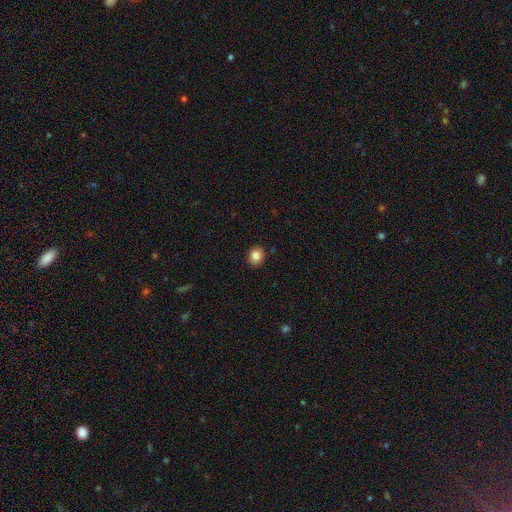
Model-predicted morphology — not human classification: This appears to be a smooth galaxy with no disk features (84%) that is round (65%). Merging: none (90%).